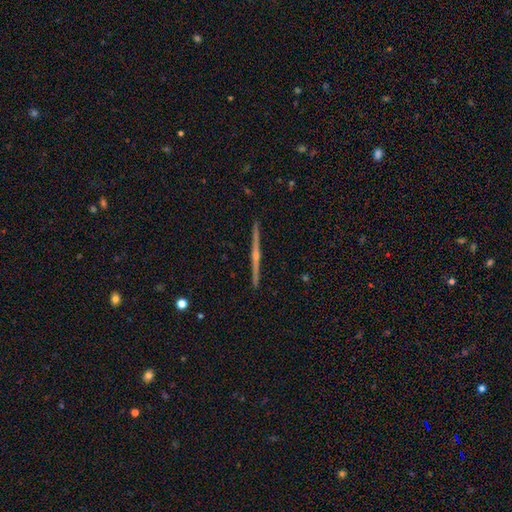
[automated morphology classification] A featured or disk galaxy (67%) viewed edge-on (96%) with a rounded central bulge (54%).

Vote fractions:
- Smooth or featured? featured or disk: 67% / smooth: 19% / star or artifact: 14%
- Edge-on disk? yes: 96% / no: 4%
- Edge-on bulge? rounded: 54% / none: 36% / boxy: 10%
- Merging? none: 89% / minor disturbance: 7% / major disturbance: 2% / merger: 2%